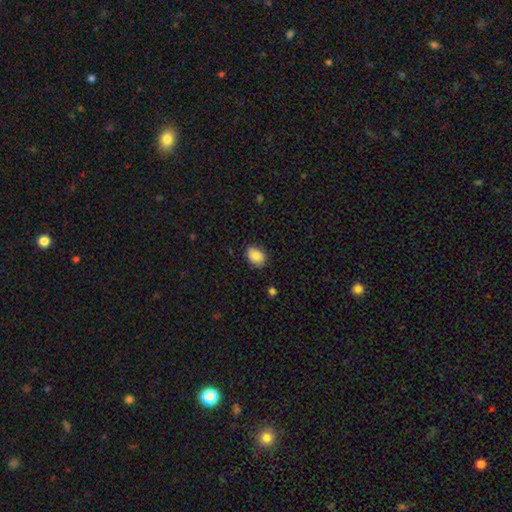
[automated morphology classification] The model was most divided on "how rounded": in between: 72%, round: 27%, cigar-shaped: 1%. More confident: smooth or featured — smooth (87%); merging — none (85%).